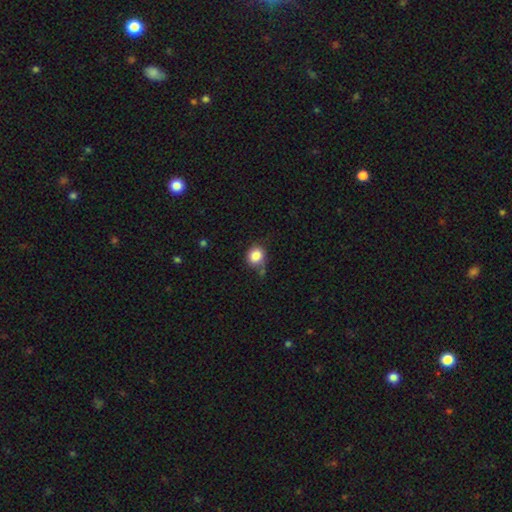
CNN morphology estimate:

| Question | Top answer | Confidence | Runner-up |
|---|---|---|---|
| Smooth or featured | smooth | 85% | star or artifact (9%) |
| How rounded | round | 77% | in between (22%) |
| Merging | none | 62% | minor disturbance (23%) |